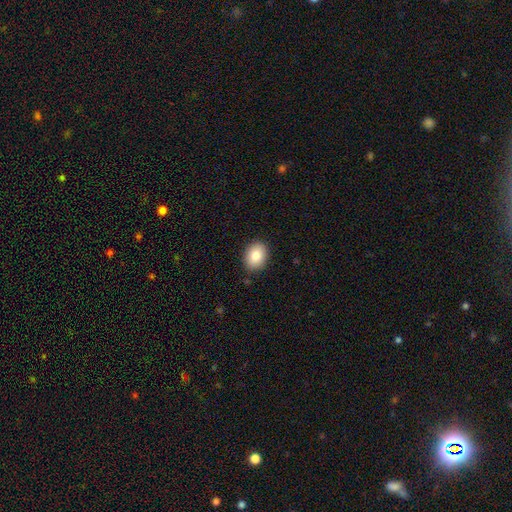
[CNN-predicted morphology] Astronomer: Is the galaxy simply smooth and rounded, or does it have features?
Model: smooth — 84%.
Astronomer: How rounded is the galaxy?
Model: in between — 64%.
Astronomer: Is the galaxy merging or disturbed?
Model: none — 88%.